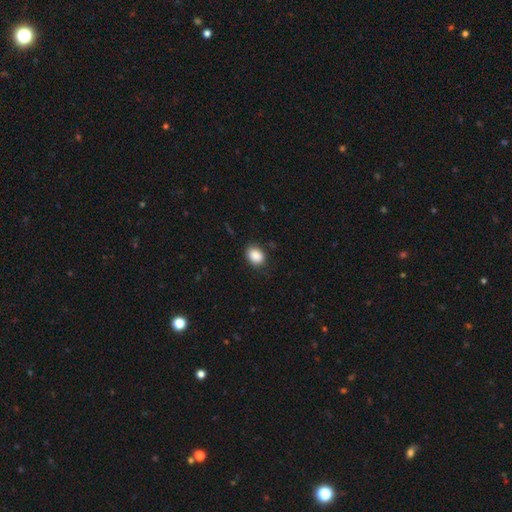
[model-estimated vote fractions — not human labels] Q: Smooth or featured?
A: smooth (88%); runner-up: star or artifact (8%)
Q: How rounded?
A: in between (63%); runner-up: round (36%)
Q: Merging?
A: none (82%); runner-up: minor disturbance (14%)